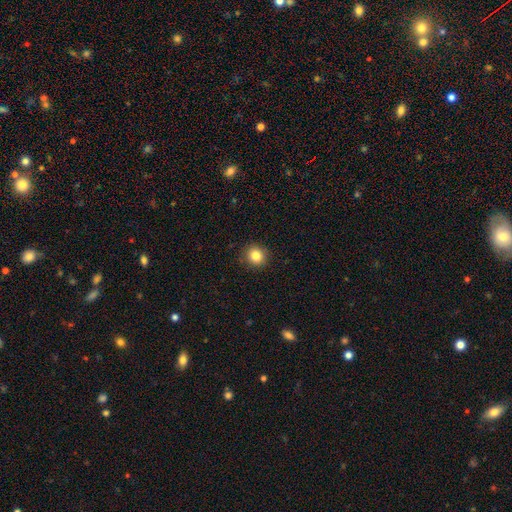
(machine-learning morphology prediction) Smooth or featured? Predicted: smooth (p=0.84). How rounded? Predicted: round (p=0.90). Merging? Predicted: none (p=0.91).